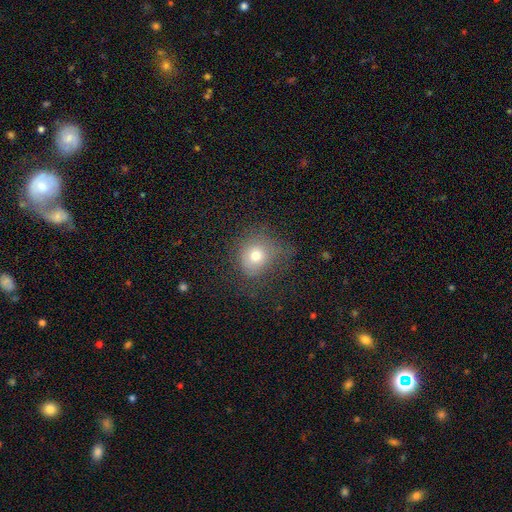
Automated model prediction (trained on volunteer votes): A smooth galaxy with no disk features (73%) that is round (78%).

Vote fractions:
- Smooth or featured? smooth: 73% / featured or disk: 14% / star or artifact: 13%
- How rounded? round: 78% / in between: 21% / cigar-shaped: 1%
- Merging? none: 55% / minor disturbance: 26% / major disturbance: 17% / merger: 2%